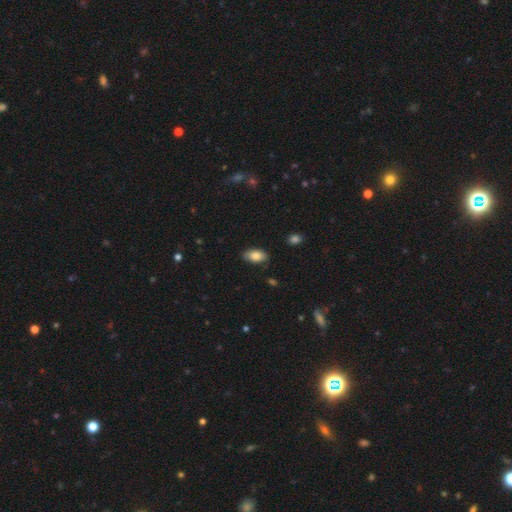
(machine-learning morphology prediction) Q: Smooth or featured?
A: smooth (83%); runner-up: featured or disk (10%)
Q: How rounded?
A: in between (93%); runner-up: round (4%)
Q: Merging?
A: none (84%); runner-up: minor disturbance (13%)